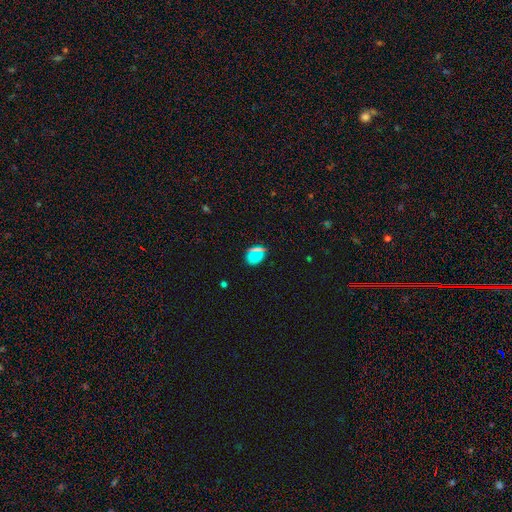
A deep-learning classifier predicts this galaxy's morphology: Smooth or featured? smooth (70%)
How rounded? in between (50%)
Merging? none (83%)